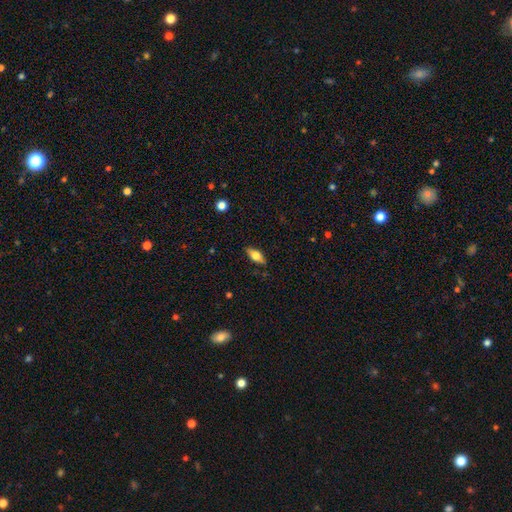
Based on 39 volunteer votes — smooth 54%, featured or disk 38%, star or artifact 8%. Down the decision tree: how rounded — in between (67%); merging — none (89%).